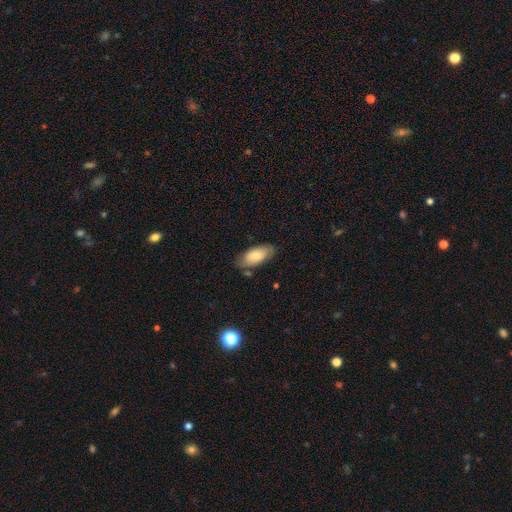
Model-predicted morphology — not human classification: The model was most divided on "smooth or featured": smooth: 72%, featured or disk: 22%, star or artifact: 7%. More confident: how rounded — in between (91%); merging — none (73%).